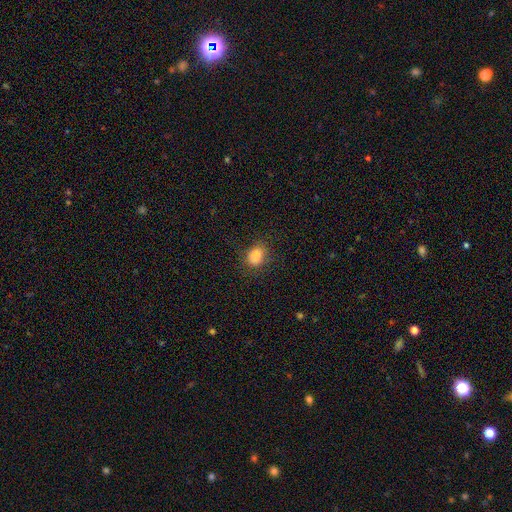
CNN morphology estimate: This is clearly a smooth galaxy (85%). How rounded: possibly in between (58%). Merging: likely none (76%).